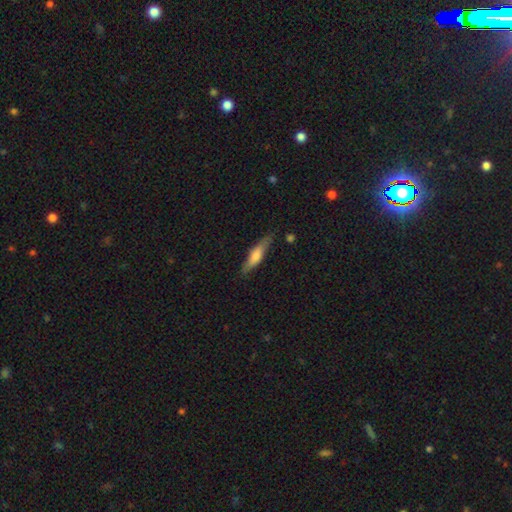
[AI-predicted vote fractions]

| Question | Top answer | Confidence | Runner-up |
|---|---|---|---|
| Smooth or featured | smooth | 59% | featured or disk (35%) |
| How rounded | cigar-shaped | 77% | in between (21%) |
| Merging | none | 78% | minor disturbance (17%) |